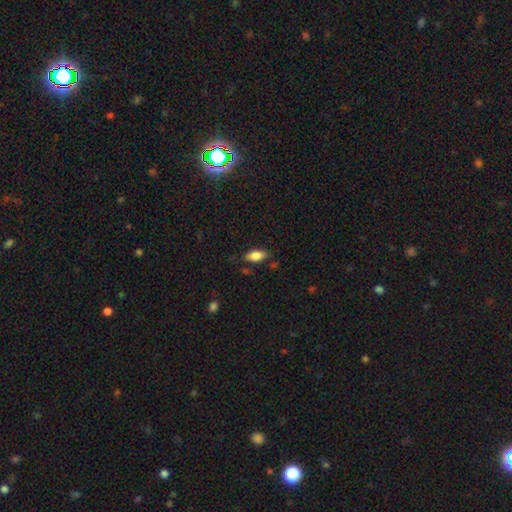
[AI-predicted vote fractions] This is clearly a smooth galaxy (83%). How rounded: clearly in between (88%). Merging: likely none (77%).